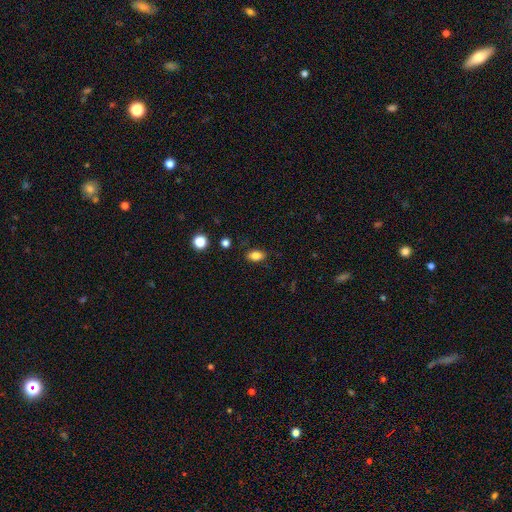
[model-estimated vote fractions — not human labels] Smooth or featured? Predicted: smooth (p=0.82). How rounded? Predicted: in between (p=0.86). Merging? Predicted: none (p=0.84).